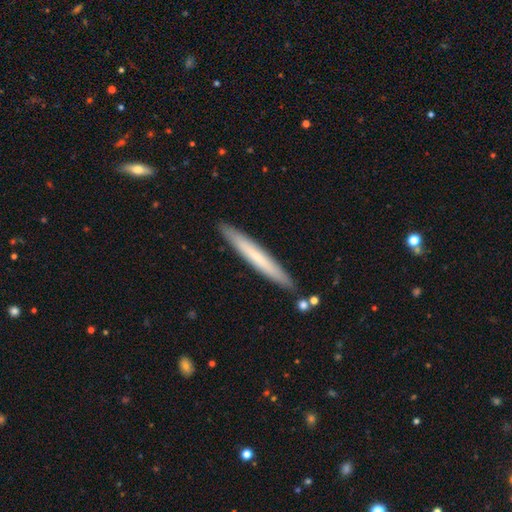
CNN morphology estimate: Q: Smooth or featured?
A: smooth (62%); runner-up: featured or disk (32%)
Q: How rounded?
A: cigar-shaped (96%); runner-up: in between (2%)
Q: Merging?
A: none (89%); runner-up: minor disturbance (8%)